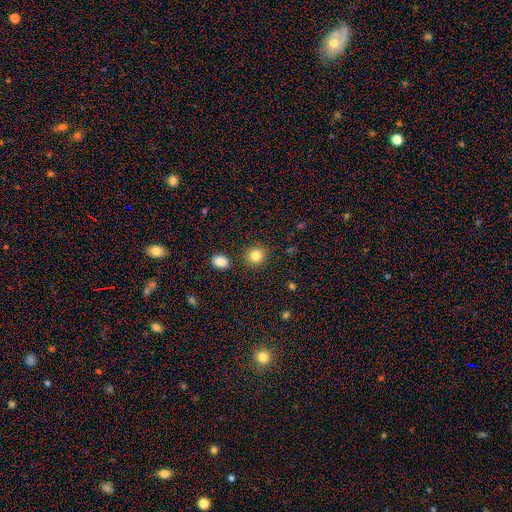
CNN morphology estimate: smooth_or_featured: smooth (p=0.84) [alt: star or artifact p=0.11]
how_rounded: round (p=0.88) [alt: in between p=0.11]
merging: none (p=0.88) [alt: minor disturbance p=0.07]